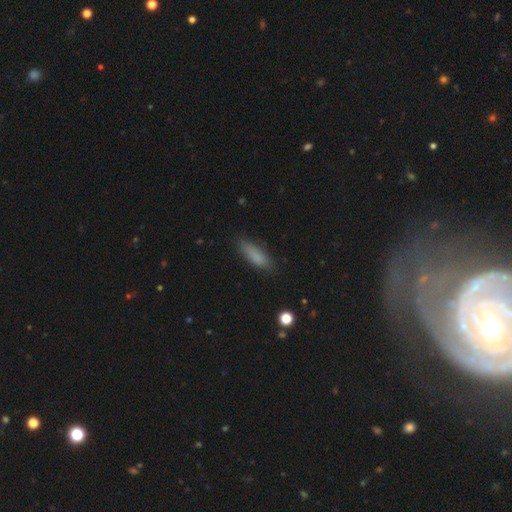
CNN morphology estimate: This appears to be a smooth galaxy with no disk features (84%) that is in between round and cigar-shaped (52%). Merging: none (82%).